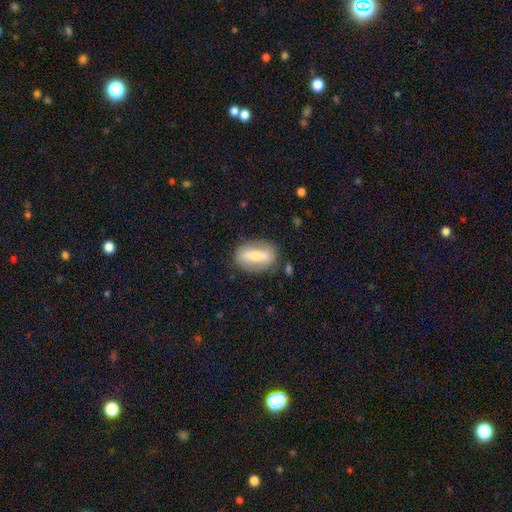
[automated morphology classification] Smooth or featured: smooth — 51% (featured or disk — 42%)
How rounded: in between — 74% (round — 14%)
Merging: none — 80% (minor disturbance — 13%)